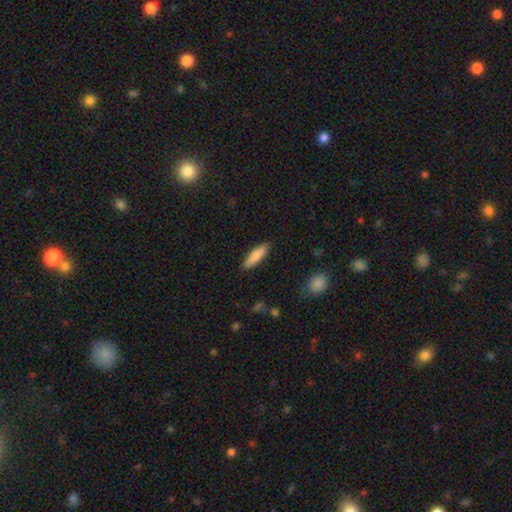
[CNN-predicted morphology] A smooth galaxy with no disk features (82%) that is cigar-shaped (65%).

Vote fractions:
- Smooth or featured? smooth: 82% / featured or disk: 12% / star or artifact: 5%
- How rounded? cigar-shaped: 65% / in between: 34% / round: 2%
- Merging? none: 88% / minor disturbance: 9% / major disturbance: 2% / merger: 1%